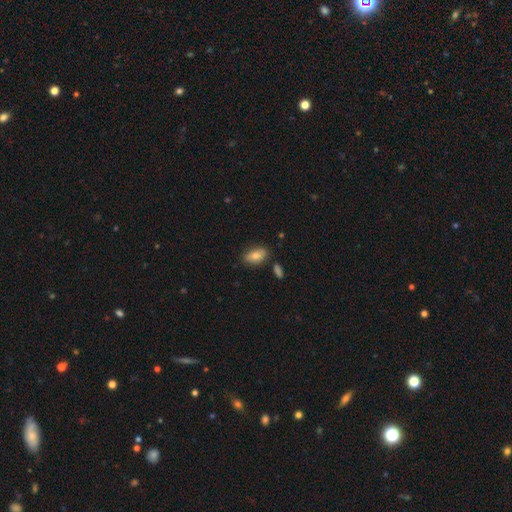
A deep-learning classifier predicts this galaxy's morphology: This is likely a smooth galaxy (77%). How rounded: clearly in between (91%). Merging: clearly none (80%).